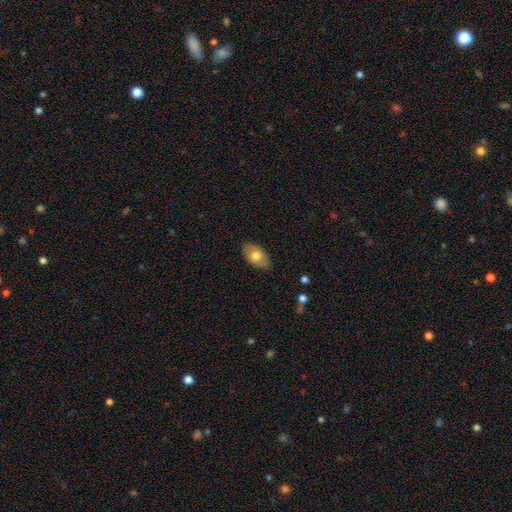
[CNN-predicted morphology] Smooth or featured: smooth — 67% (featured or disk — 26%)
How rounded: in between — 92% (round — 7%)
Merging: none — 85% (minor disturbance — 12%)